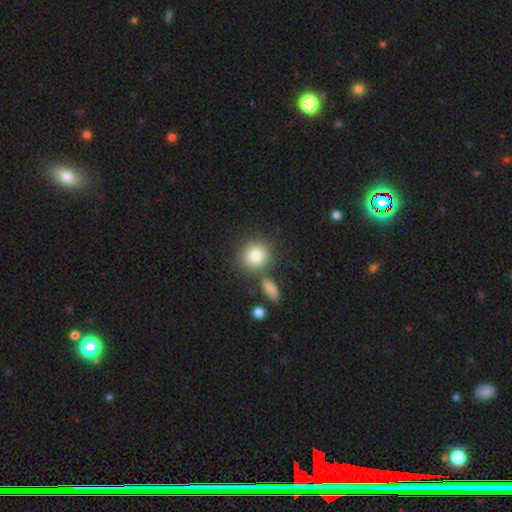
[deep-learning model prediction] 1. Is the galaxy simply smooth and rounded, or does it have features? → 82% smooth, 9% star or artifact, 9% featured or disk.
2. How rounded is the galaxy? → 83% round, 16% in between, 1% cigar-shaped.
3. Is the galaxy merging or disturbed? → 68% none, 18% merger, 10% minor disturbance, 4% major disturbance.